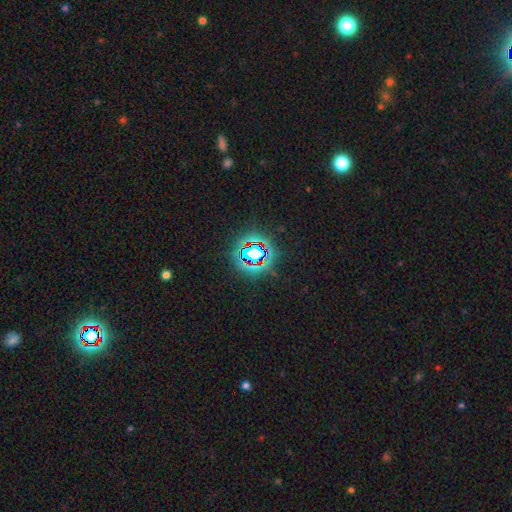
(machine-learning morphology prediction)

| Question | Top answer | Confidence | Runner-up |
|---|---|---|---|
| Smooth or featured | star or artifact | 78% | smooth (13%) |